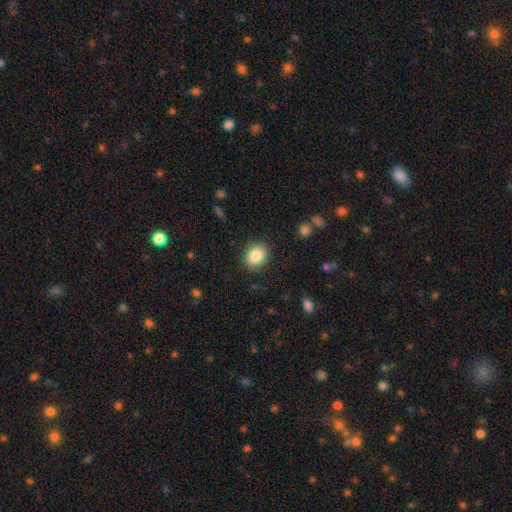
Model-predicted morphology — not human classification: smooth_or_featured: smooth (p=0.86) [alt: star or artifact p=0.09]
how_rounded: round (p=0.61) [alt: in between p=0.38]
merging: none (p=0.88) [alt: minor disturbance p=0.08]